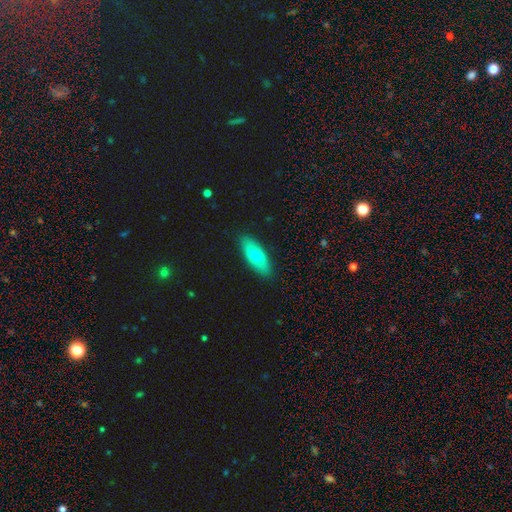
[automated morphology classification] smooth_or_featured: smooth (p=0.67) [alt: featured or disk p=0.27]
how_rounded: in between (p=0.76) [alt: cigar-shaped p=0.21]
merging: none (p=0.89) [alt: minor disturbance p=0.08]